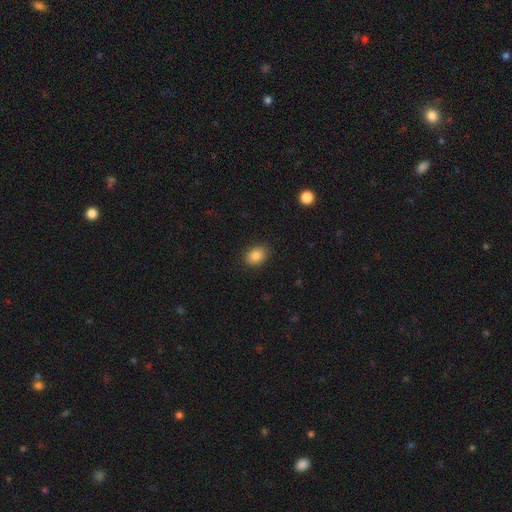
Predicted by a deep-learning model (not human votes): Morphology: type=smooth (85%); roundness=in between (67%); merging=none (88%).